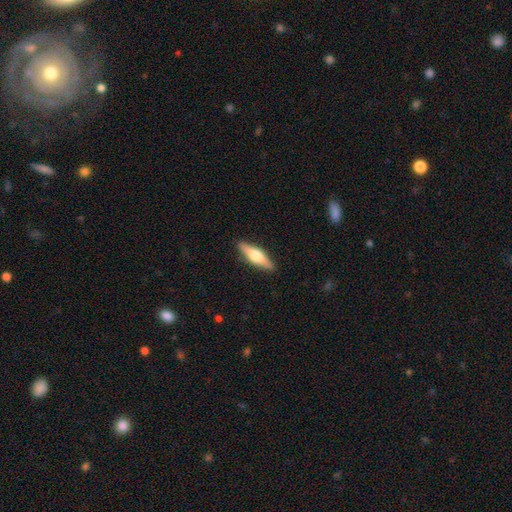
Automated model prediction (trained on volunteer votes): Overall: smooth (51%; featured or disk 43%). How rounded: cigar-shaped (59%; in between 39%). Merging: none (89%).